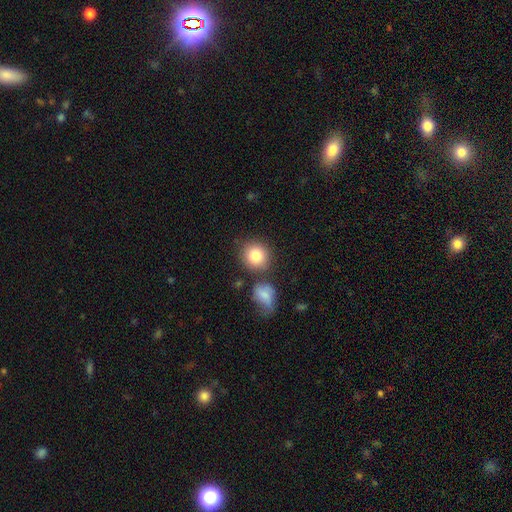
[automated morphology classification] This is clearly a smooth galaxy (84%). How rounded: clearly round (85%). Merging: likely none (69%).